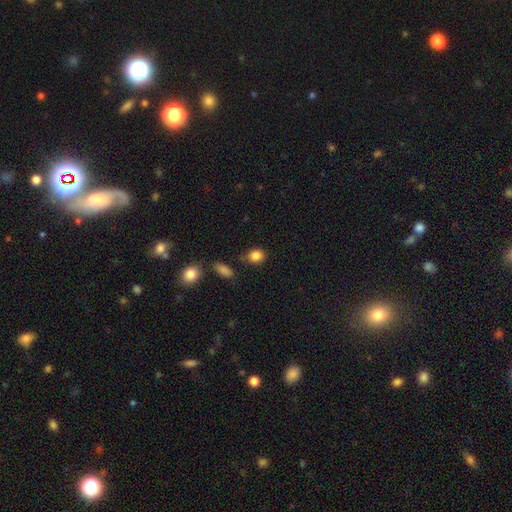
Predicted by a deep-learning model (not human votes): Morphology: type=smooth (86%); roundness=round (61%); merging=none (76%).